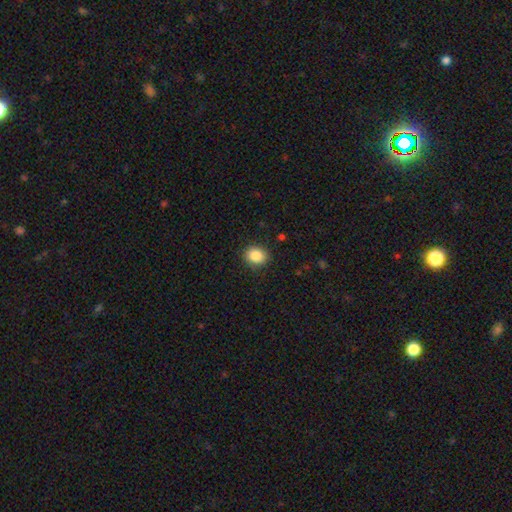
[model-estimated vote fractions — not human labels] smooth 86%, star or artifact 9%, featured or disk 5%. Down the decision tree: how rounded — round (64%); merging — none (88%).